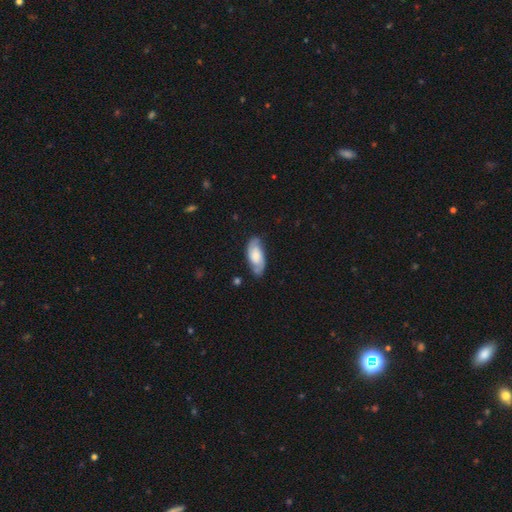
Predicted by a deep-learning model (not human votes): This appears to be a featured or disk galaxy (51%). Merging: none (75%).